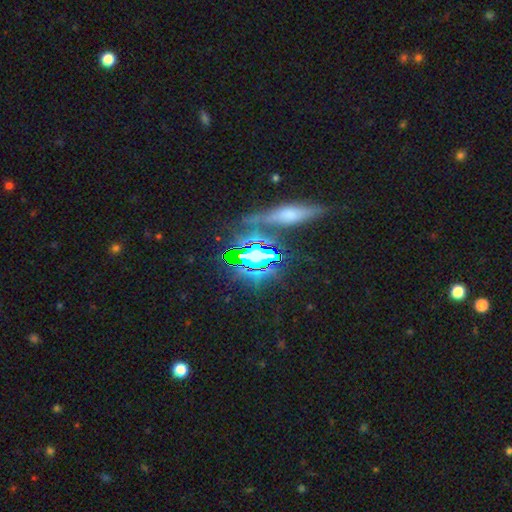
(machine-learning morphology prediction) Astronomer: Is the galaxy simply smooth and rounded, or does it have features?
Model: star or artifact — 68%.